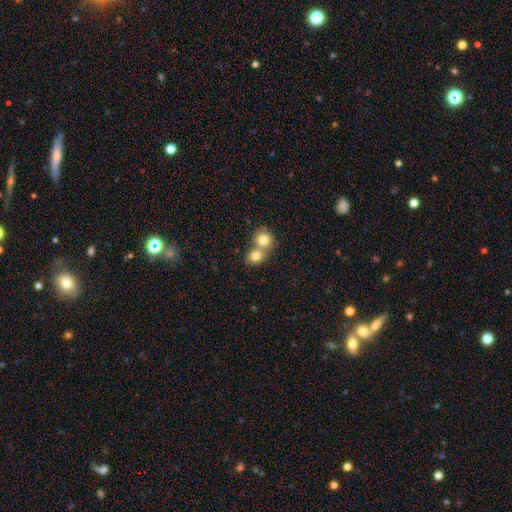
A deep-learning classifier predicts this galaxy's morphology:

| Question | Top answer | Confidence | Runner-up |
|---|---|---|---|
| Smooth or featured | smooth | 78% | featured or disk (13%) |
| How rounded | round | 74% | in between (25%) |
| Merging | merger | 65% | none (28%) |